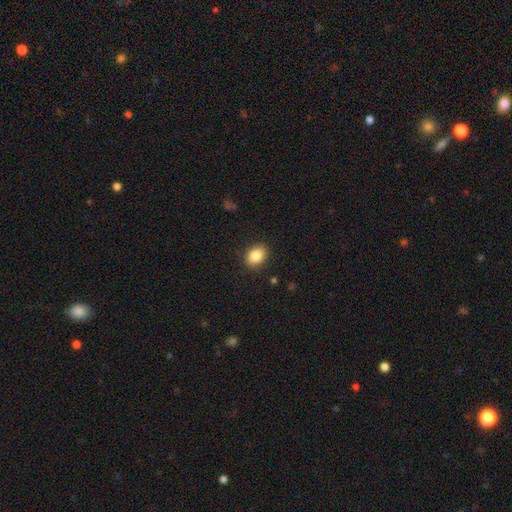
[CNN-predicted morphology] A smooth galaxy with no disk features (86%) that is in between round and cigar-shaped (63%). Merging: none (88%).